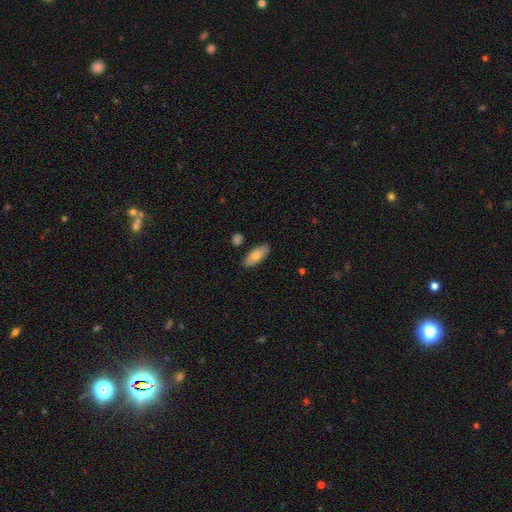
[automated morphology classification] smooth-or-featured: smooth: 73% | featured or disk: 20% | star or artifact: 6%
  how-rounded: in between: 81% | cigar-shaped: 16% | round: 3%
  merging: none: 86% | minor disturbance: 10% | merger: 2% | major disturbance: 2%